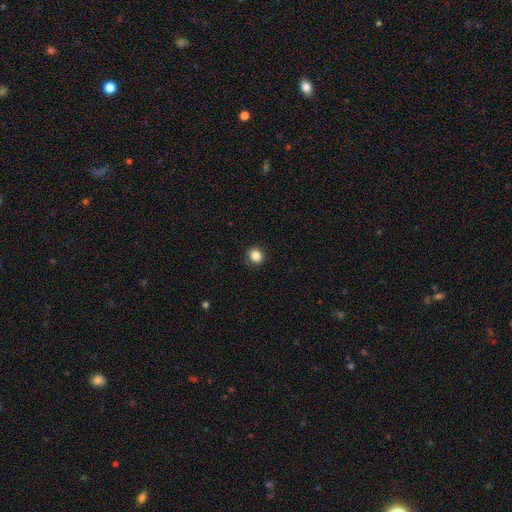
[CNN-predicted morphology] This appears to be a smooth galaxy with no disk features (85%) that is round (82%). Merging: none (89%).